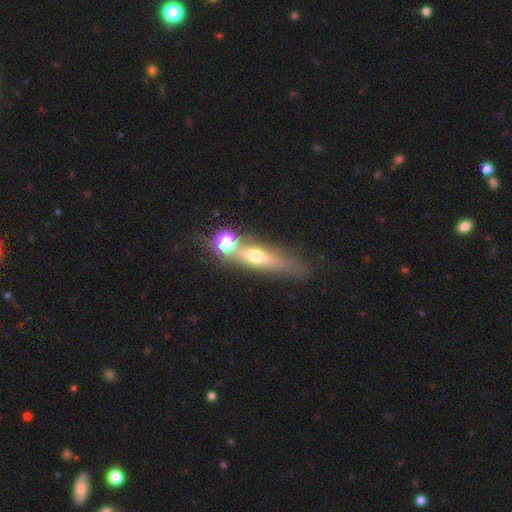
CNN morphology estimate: smooth_or_featured: smooth (p=0.44) [alt: featured or disk p=0.41]
merging: none (p=0.59) [alt: merger p=0.17]